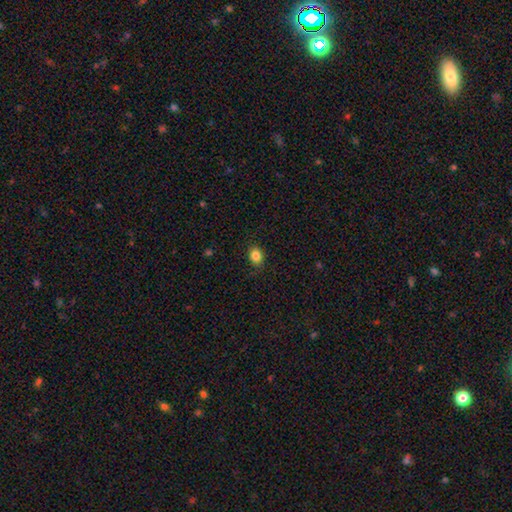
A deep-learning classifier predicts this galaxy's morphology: A smooth galaxy with no disk features (85%) that is in between round and cigar-shaped (59%).

Vote fractions:
- Smooth or featured? smooth: 85% / star or artifact: 10% / featured or disk: 5%
- How rounded? in between: 59% / round: 40% / cigar-shaped: 1%
- Merging? none: 86% / minor disturbance: 11% / major disturbance: 3% / merger: 1%